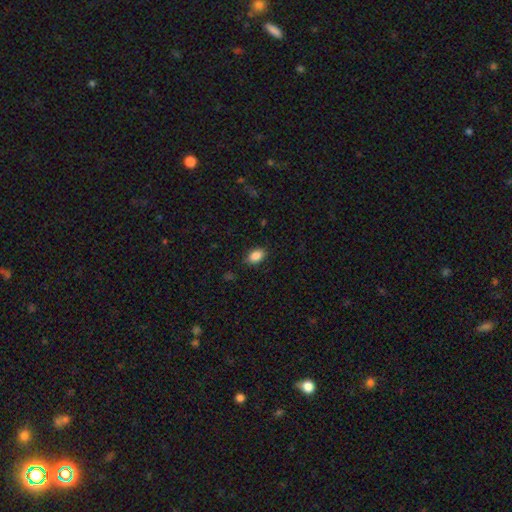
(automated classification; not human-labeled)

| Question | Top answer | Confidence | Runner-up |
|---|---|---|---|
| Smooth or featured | smooth | 87% | star or artifact (8%) |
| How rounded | in between | 83% | round (15%) |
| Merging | none | 86% | minor disturbance (11%) |